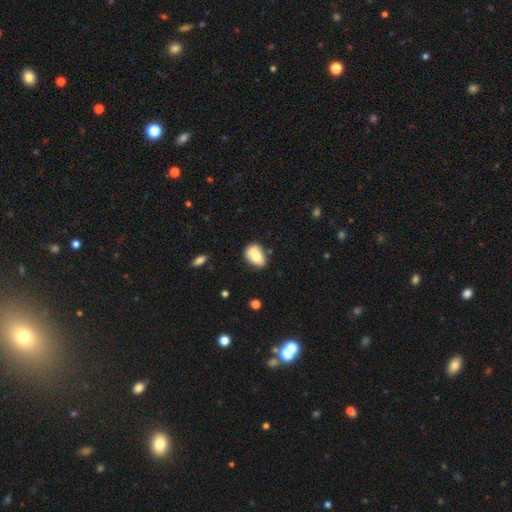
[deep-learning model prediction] Smooth or featured? smooth (71%)
How rounded? in between (77%)
Merging? none (50%)